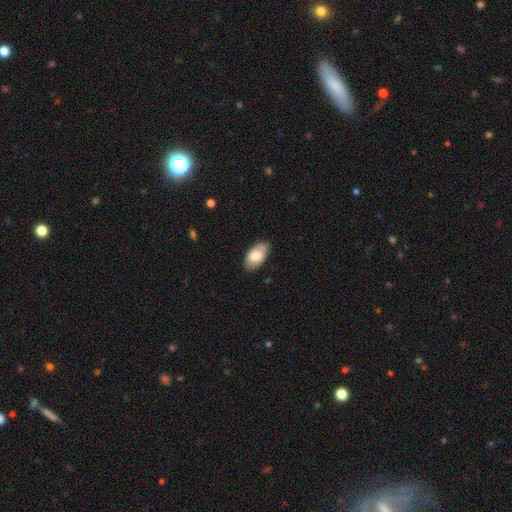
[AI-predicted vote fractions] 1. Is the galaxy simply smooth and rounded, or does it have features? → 68% smooth, 25% featured or disk, 6% star or artifact.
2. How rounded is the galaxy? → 95% in between, 4% round, 2% cigar-shaped.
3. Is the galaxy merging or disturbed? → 77% none, 18% minor disturbance, 3% major disturbance, 1% merger.